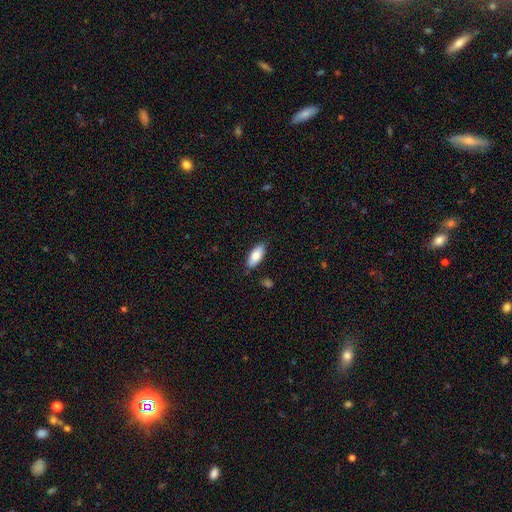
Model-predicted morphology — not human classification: Overall: smooth (80%). How rounded: in between (82%). Merging: none (86%).